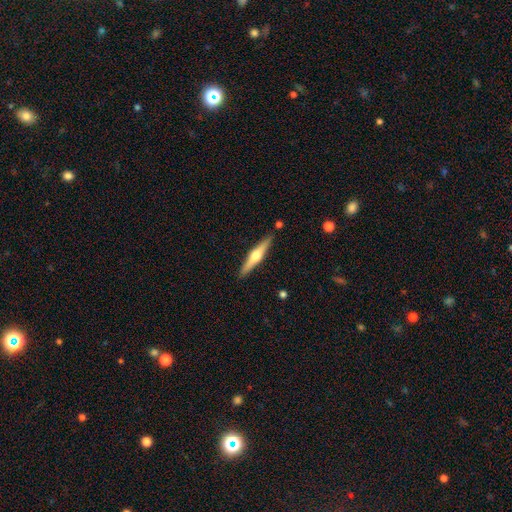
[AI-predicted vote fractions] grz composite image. It shows a featured or disk galaxy (66%) viewed edge-on (97%) with a rounded central bulge (93%). Merging: none (88%).